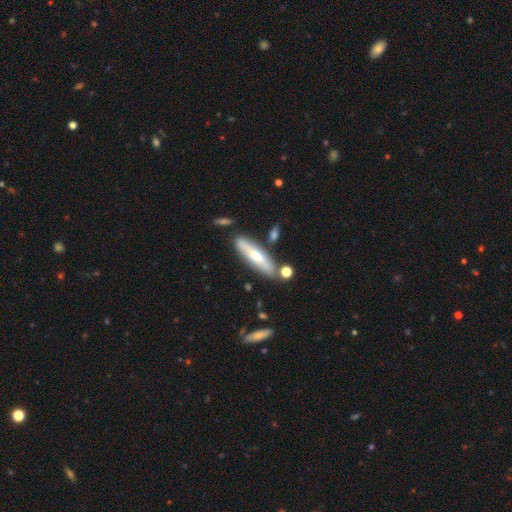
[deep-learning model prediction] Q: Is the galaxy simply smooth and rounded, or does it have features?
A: smooth — 56%.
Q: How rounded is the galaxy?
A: cigar-shaped — 69%.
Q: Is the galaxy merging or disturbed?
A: none — 74%.